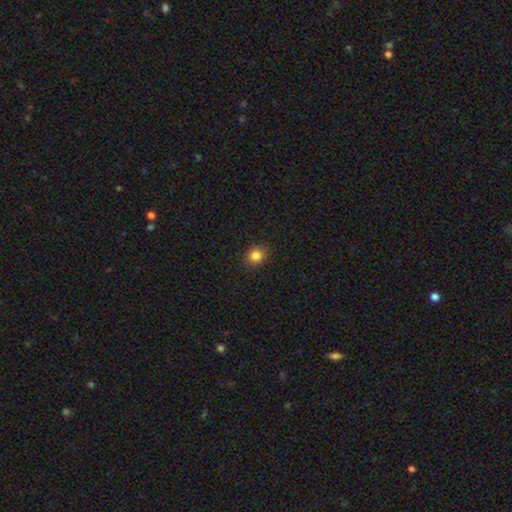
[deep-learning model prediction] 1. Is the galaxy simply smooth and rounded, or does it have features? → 84% smooth, 12% star or artifact, 5% featured or disk.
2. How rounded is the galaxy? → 75% round, 24% in between, 1% cigar-shaped.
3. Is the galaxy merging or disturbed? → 90% none, 7% minor disturbance, 2% major disturbance, 1% merger.